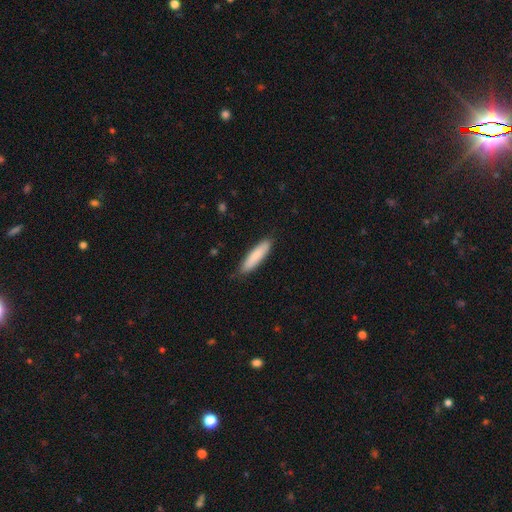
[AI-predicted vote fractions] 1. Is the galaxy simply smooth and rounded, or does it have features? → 84% smooth, 11% featured or disk, 5% star or artifact.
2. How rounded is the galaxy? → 78% cigar-shaped, 20% in between, 1% round.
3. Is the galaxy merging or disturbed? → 86% none, 11% minor disturbance, 2% major disturbance, 1% merger.